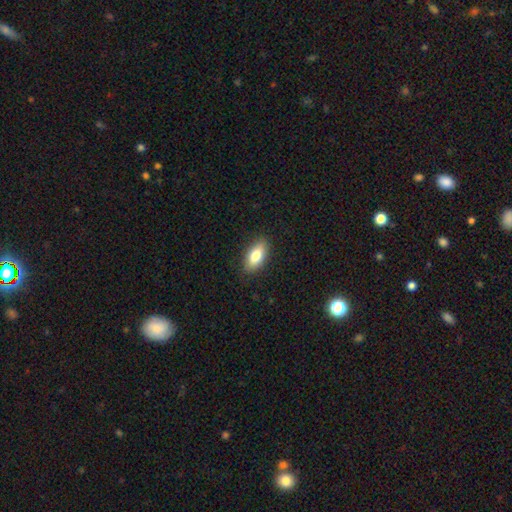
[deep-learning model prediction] Smooth or featured? smooth (80%)
How rounded? in between (87%)
Merging? none (87%)